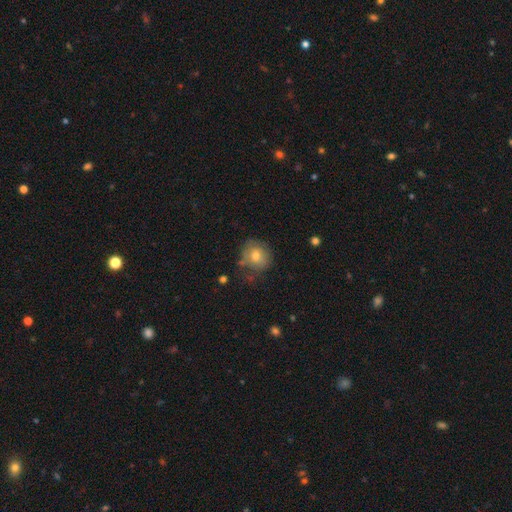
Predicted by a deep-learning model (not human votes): Smooth or featured?
  - smooth: 70% *
  - featured or disk: 21%
  - star or artifact: 9%
How rounded?
  - round: 78% *
  - in between: 21%
  - cigar-shaped: 1%
Merging?
  - none: 61% *
  - minor disturbance: 25%
  - major disturbance: 9%
  - merger: 4%